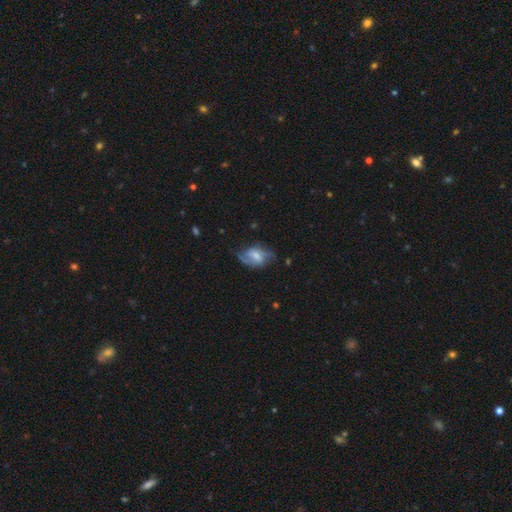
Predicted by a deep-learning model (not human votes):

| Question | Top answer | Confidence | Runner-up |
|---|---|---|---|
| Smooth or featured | featured or disk | 68% | smooth (25%) |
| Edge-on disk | no | 95% | yes (5%) |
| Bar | weak | 48% | strong (28%) |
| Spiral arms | yes | 86% | no (14%) |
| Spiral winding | loose | 43% | medium (41%) |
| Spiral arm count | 2 | 74% | 1 (12%) |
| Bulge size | moderate | 35% | small (34%) |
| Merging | none | 54% | minor disturbance (25%) |